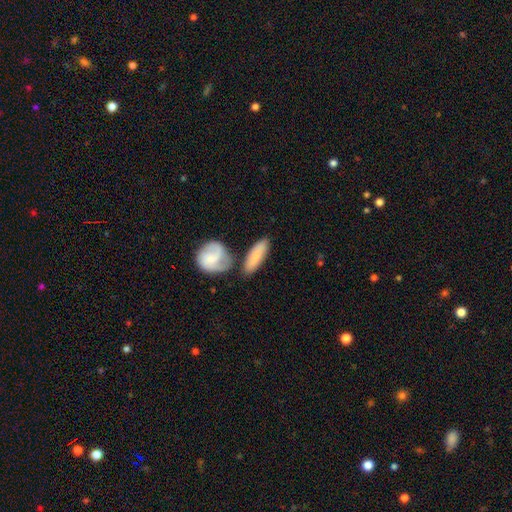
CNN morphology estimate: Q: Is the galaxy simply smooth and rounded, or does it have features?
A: smooth — 75%.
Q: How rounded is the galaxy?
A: in between — 51%.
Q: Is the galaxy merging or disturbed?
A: none — 61%.